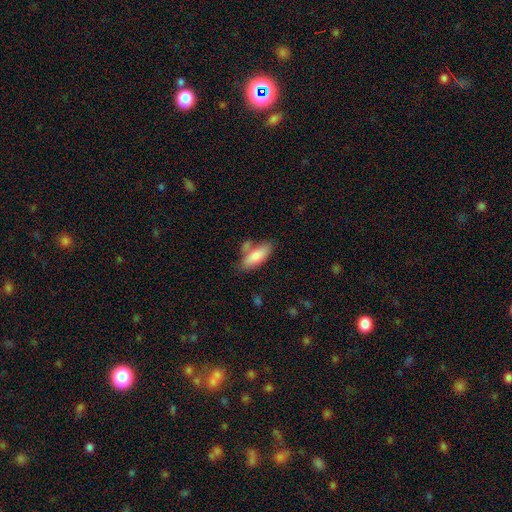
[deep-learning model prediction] Morphology: type=smooth (81%); roundness=in between (74%); merging=none (60%).